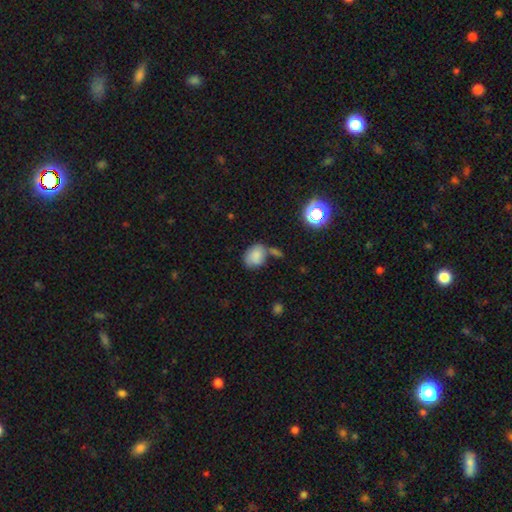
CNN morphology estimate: The model was most divided on "how rounded": in between: 63%, round: 36%, cigar-shaped: 1%. Remaining: smooth or featured — smooth (81%); merging — none (49%).